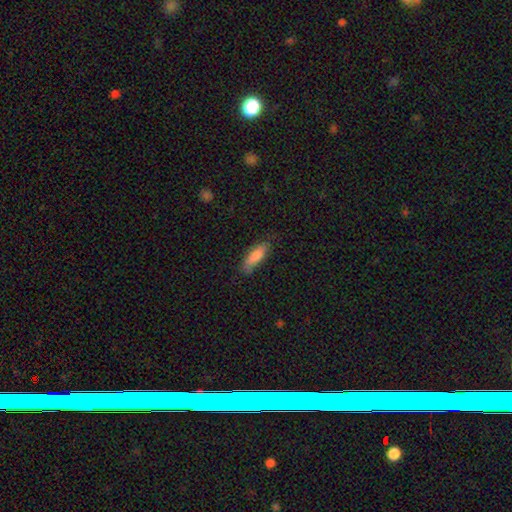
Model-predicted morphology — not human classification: Smooth or featured: smooth — 80% (featured or disk — 13%)
How rounded: cigar-shaped — 53% (in between — 46%)
Merging: none — 77% (minor disturbance — 18%)